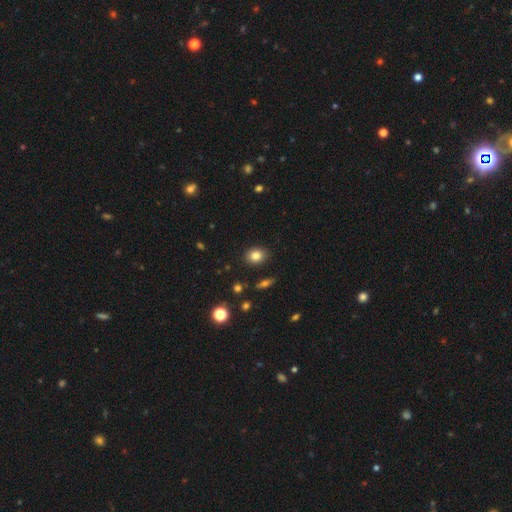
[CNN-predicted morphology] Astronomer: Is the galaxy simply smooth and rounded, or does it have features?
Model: smooth — 83%.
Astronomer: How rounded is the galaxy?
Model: in between — 50% (runner-up: round, 48%).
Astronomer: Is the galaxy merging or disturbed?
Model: none — 87%.